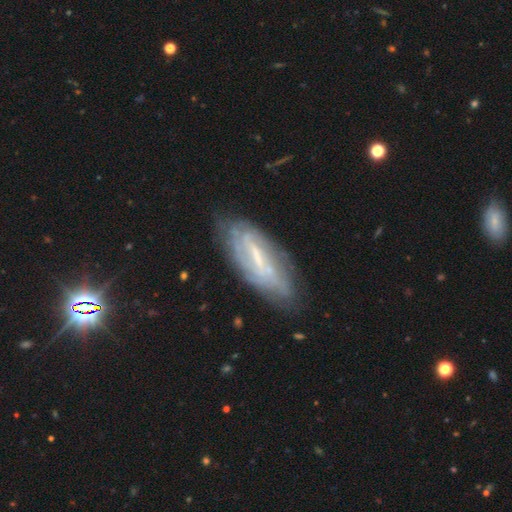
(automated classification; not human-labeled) Q: Smooth or featured?
A: featured or disk (66%); runner-up: smooth (24%)
Q: Edge-on disk?
A: no (76%); runner-up: yes (24%)
Q: Bar?
A: weak (40%); runner-up: strong (37%)
Q: Spiral arms?
A: yes (69%); runner-up: no (31%)
Q: Bulge size?
A: small (51%); runner-up: moderate (24%)
Q: Merging?
A: none (71%); runner-up: minor disturbance (20%)